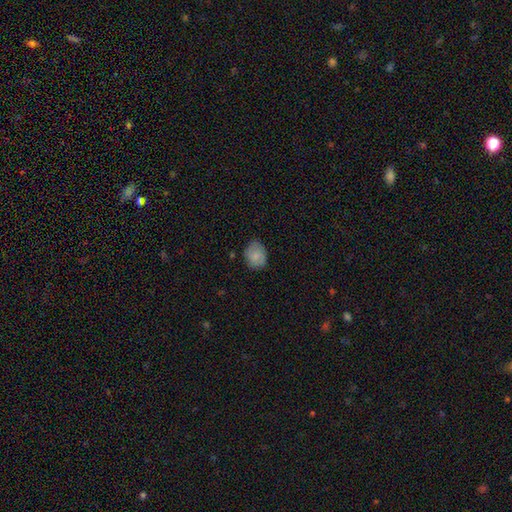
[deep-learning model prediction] Smooth or featured? Predicted: smooth (p=0.79). How rounded? Predicted: in between (p=0.50). Merging? Predicted: none (p=0.72).